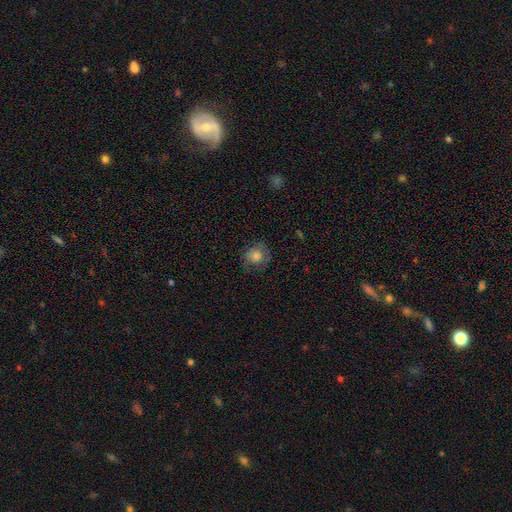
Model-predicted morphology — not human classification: smooth-or-featured: smooth: 70% | featured or disk: 18% | star or artifact: 12%
  how-rounded: round: 84% | in between: 15% | cigar-shaped: 1%
  merging: none: 73% | minor disturbance: 18% | major disturbance: 8% | merger: 1%